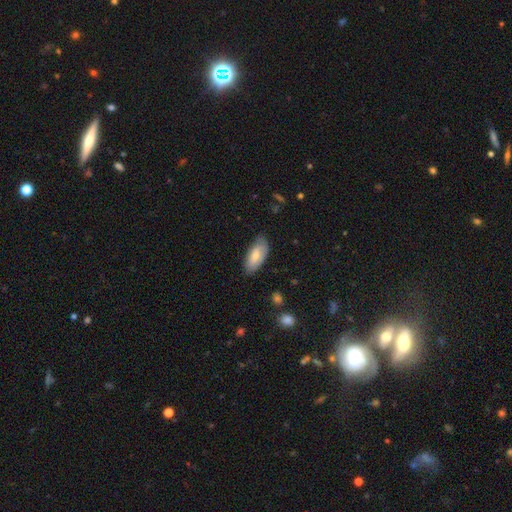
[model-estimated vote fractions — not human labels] The model was most divided on "smooth or featured": smooth: 71%, featured or disk: 23%, star or artifact: 6%. More confident: how rounded — in between (89%); merging — none (73%).